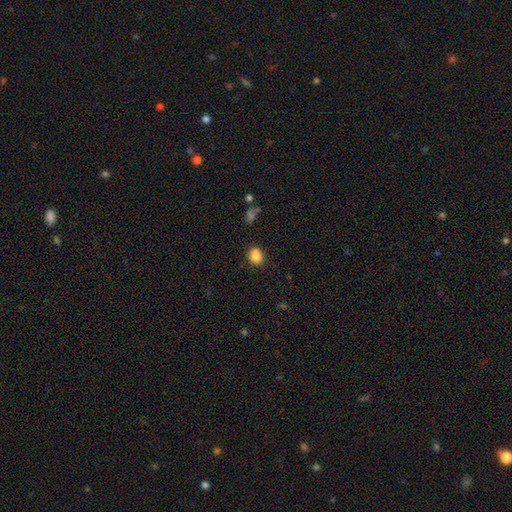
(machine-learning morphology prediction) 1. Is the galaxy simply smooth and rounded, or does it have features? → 79% smooth, 12% star or artifact, 9% featured or disk.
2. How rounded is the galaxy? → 64% round, 35% in between, 1% cigar-shaped.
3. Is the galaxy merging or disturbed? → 52% none, 28% merger, 15% minor disturbance, 5% major disturbance.